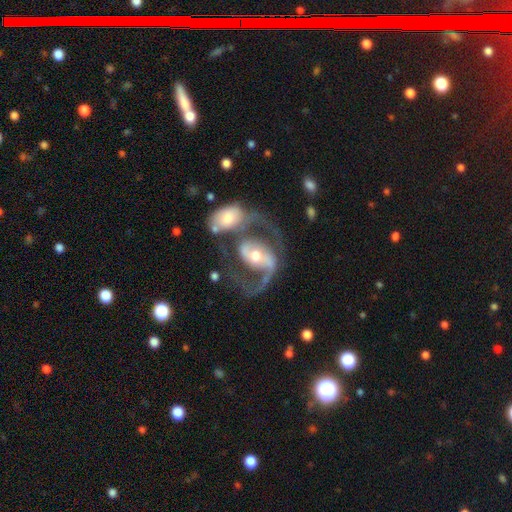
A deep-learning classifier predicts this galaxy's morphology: This appears to be a featured or disk galaxy (85%) with a strong bar (35%), 2 (84%) medium (50%) spiral arms (89%) and a moderate central bulge (69%). Merging: none (38%).